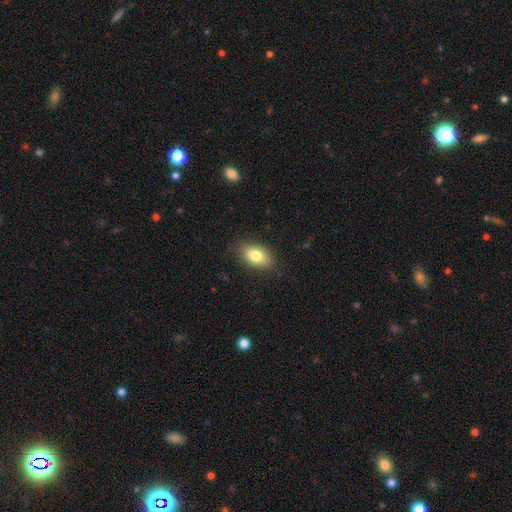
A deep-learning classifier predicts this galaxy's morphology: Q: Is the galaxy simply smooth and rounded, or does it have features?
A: smooth — 80%.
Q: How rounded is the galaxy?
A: in between — 88%.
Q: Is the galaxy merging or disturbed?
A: none — 82%.